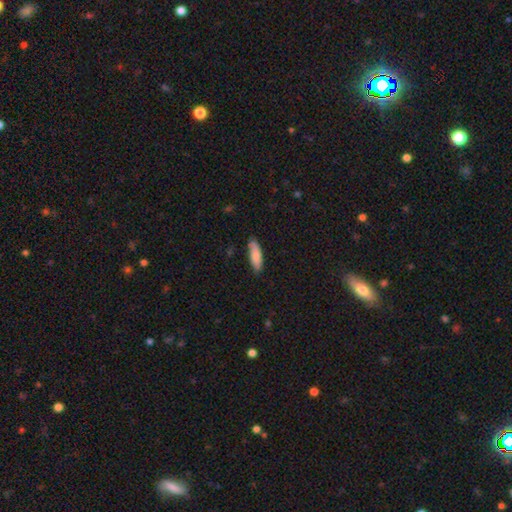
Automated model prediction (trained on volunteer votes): This is clearly a smooth galaxy (82%). How rounded: possibly cigar-shaped (51%). Merging: clearly none (83%).